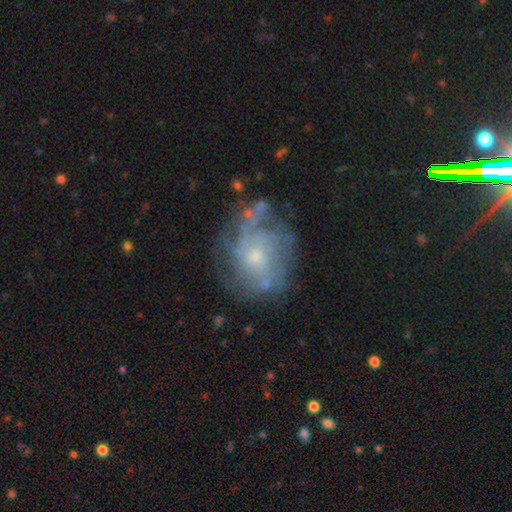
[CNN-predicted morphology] Smooth or featured: featured or disk — 73% (smooth — 17%)
Edge-on disk: no — 98% (yes — 2%)
Bar: no — 76% (weak — 21%)
Spiral arms: yes — 77% (no — 23%)
Spiral winding: tight — 41% (medium — 38%)
Spiral arm count: can't tell — 43% (4 — 18%)
Bulge size: small — 69% (moderate — 24%)
Merging: none — 61% (minor disturbance — 20%)